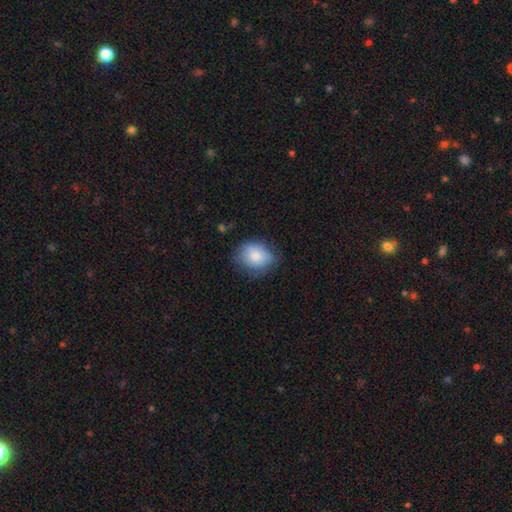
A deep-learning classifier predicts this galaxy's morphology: Smooth or featured? smooth (77%)
How rounded? round (52%)
Merging? none (64%)